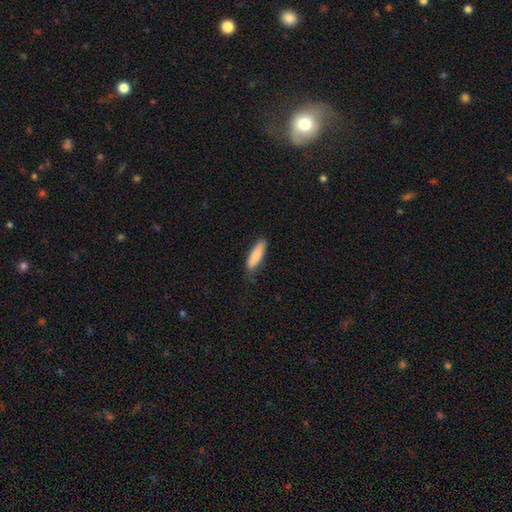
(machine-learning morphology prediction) Overall: smooth (85%). How rounded: cigar-shaped (66%; in between 32%). Merging: none (80%).